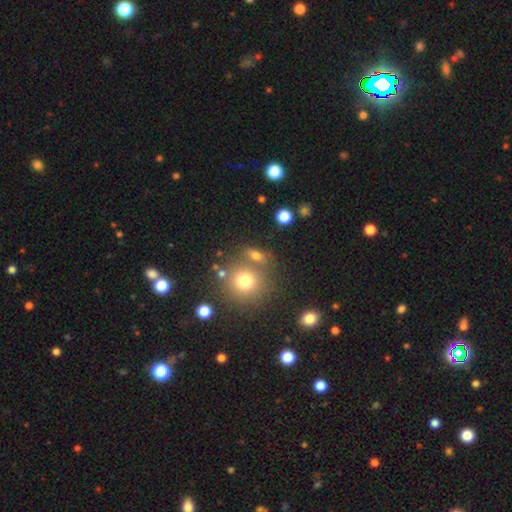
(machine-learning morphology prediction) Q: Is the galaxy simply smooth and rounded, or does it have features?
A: smooth — 70%.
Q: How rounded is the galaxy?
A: in between — 49%.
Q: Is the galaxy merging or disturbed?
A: none — 62%.